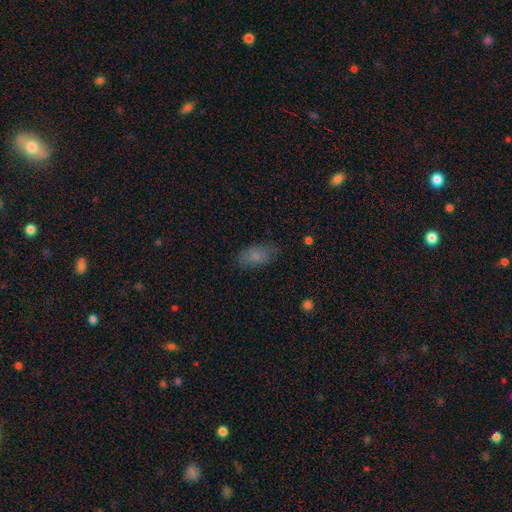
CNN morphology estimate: A smooth galaxy with no disk features (77%) that is in between round and cigar-shaped (90%). Merging: none (76%).